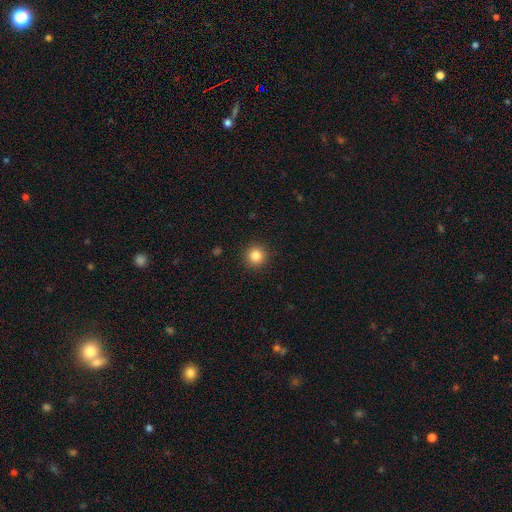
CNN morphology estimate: Smooth or featured? smooth (84%)
How rounded? round (94%)
Merging? none (92%)